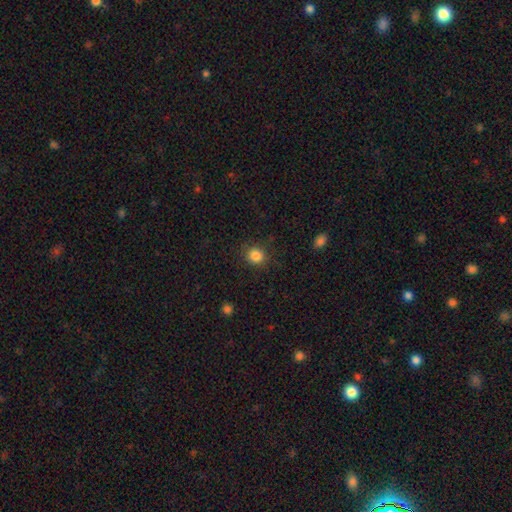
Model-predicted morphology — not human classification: Smooth or featured? smooth (85%)
How rounded? round (87%)
Merging? none (87%)